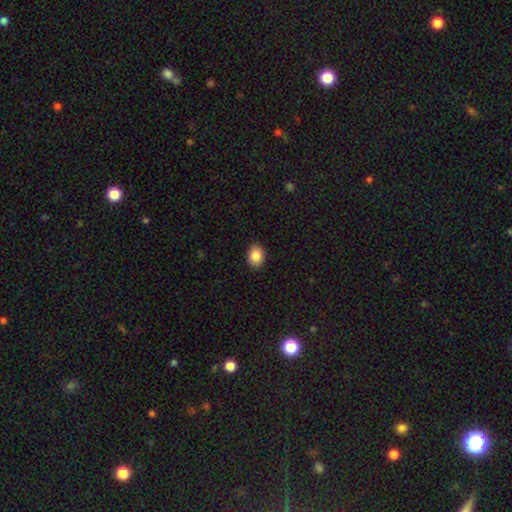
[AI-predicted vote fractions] Morphology: type=smooth (87%); roundness=in between (65%); merging=none (90%).